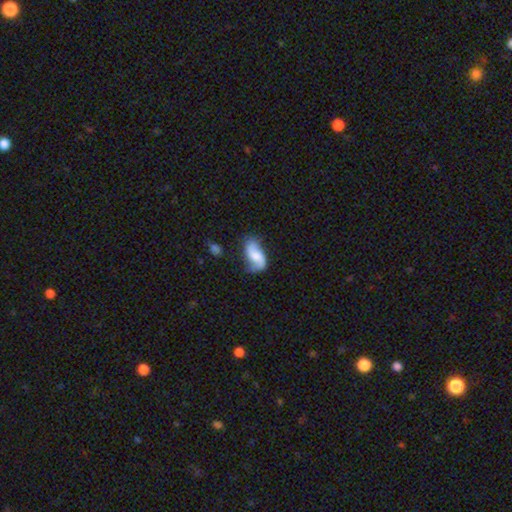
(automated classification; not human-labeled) Morphology: type=featured or disk (57%); edge-on=no (96%); bar=no (55%); spiral arms=yes (91%); winding=loose (64%); arm count=2 (85%); bulge=moderate (31%); merging=none (56%).